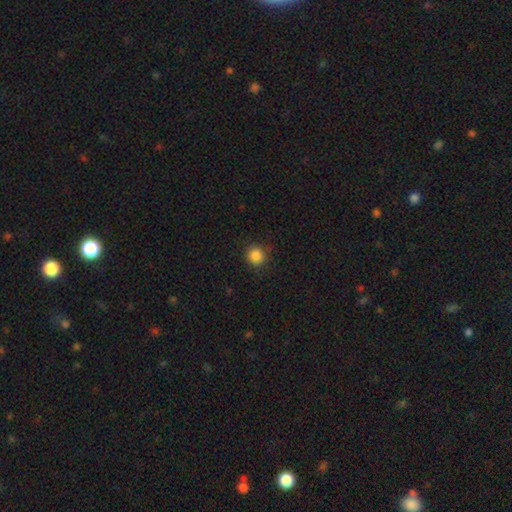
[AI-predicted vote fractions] This is clearly a smooth galaxy (86%). How rounded: clearly round (93%). Merging: clearly none (89%).